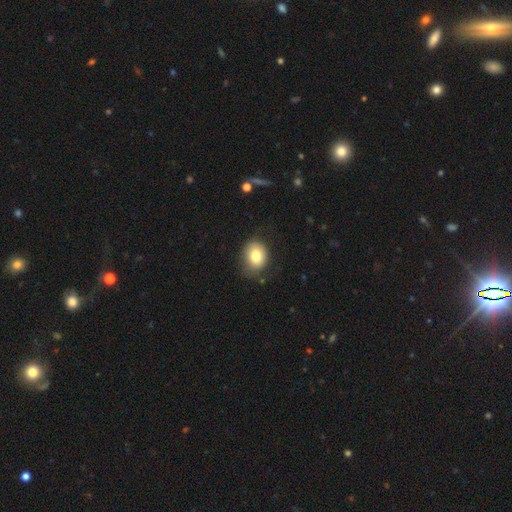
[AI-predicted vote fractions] A smooth galaxy with no disk features (79%) that is round (52%). Merging: none (72%).